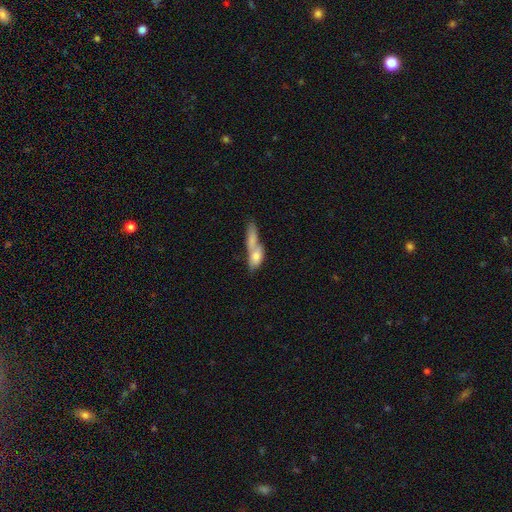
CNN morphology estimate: Q: Smooth or featured?
A: smooth (72%); runner-up: featured or disk (21%)
Q: How rounded?
A: in between (65%); runner-up: cigar-shaped (28%)
Q: Merging?
A: merger (65%); runner-up: none (21%)